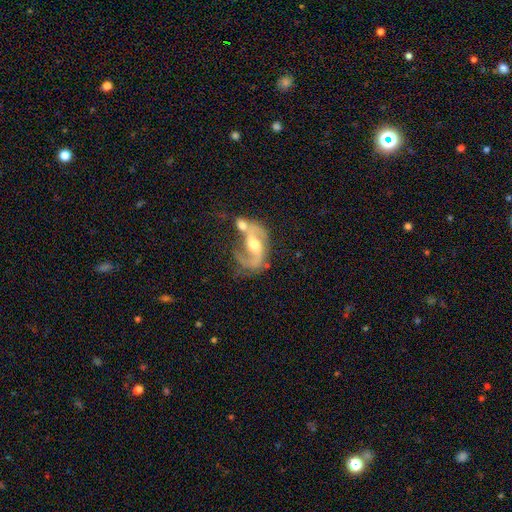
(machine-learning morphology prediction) Smooth or featured? featured or disk (86%)
Edge-on disk? no (97%)
Bar? weak (44%)
Spiral arms? yes (95%)
Spiral winding? loose (47%)
Spiral arm count? 2 (84%)
Bulge size? moderate (67%)
Merging? none (34%)